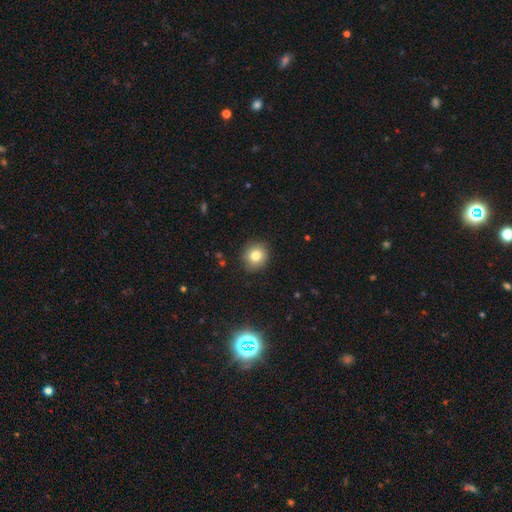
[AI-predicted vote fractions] smooth_or_featured: smooth (p=0.80) [alt: star or artifact p=0.11]
how_rounded: round (p=0.85) [alt: in between p=0.14]
merging: none (p=0.89) [alt: minor disturbance p=0.08]